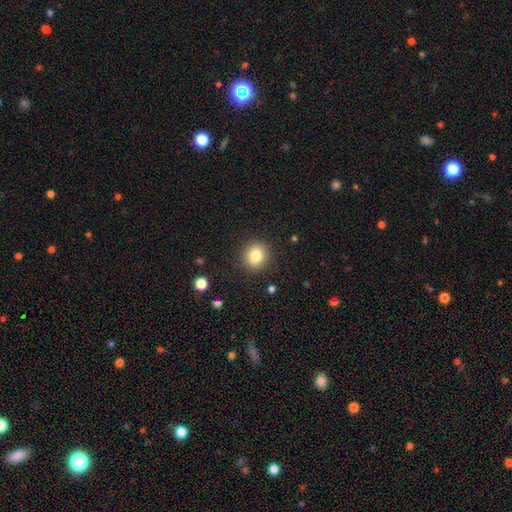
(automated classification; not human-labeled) A smooth galaxy with no disk features (83%) that is round (77%).

Vote fractions:
- Smooth or featured? smooth: 83% / star or artifact: 10% / featured or disk: 7%
- How rounded? round: 77% / in between: 22% / cigar-shaped: 1%
- Merging? none: 89% / minor disturbance: 7% / major disturbance: 3% / merger: 1%